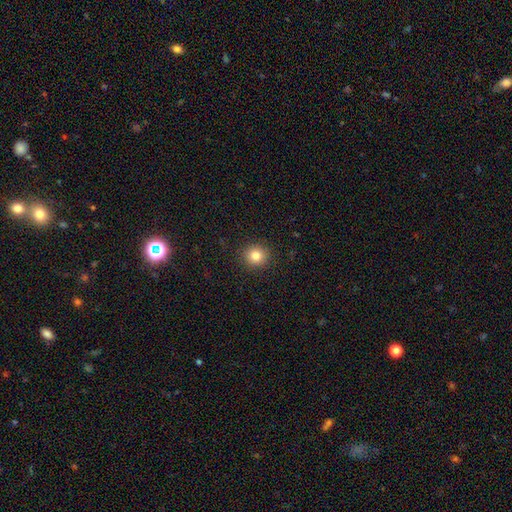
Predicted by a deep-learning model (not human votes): This is clearly a smooth galaxy (83%). How rounded: clearly round (91%). Merging: clearly none (91%).